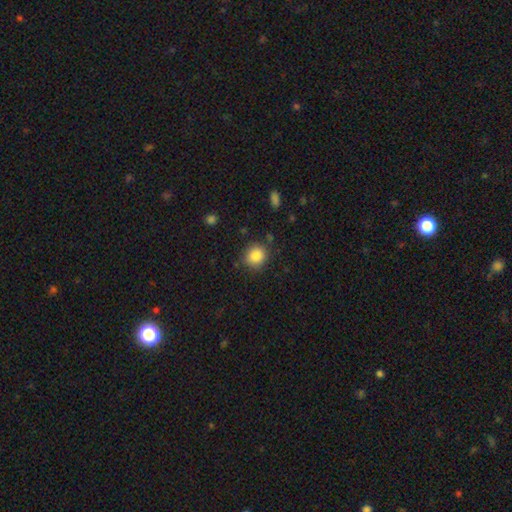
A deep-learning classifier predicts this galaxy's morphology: smooth 86%, star or artifact 9%, featured or disk 4%. Down the decision tree: how rounded — round (81%); merging — none (82%).